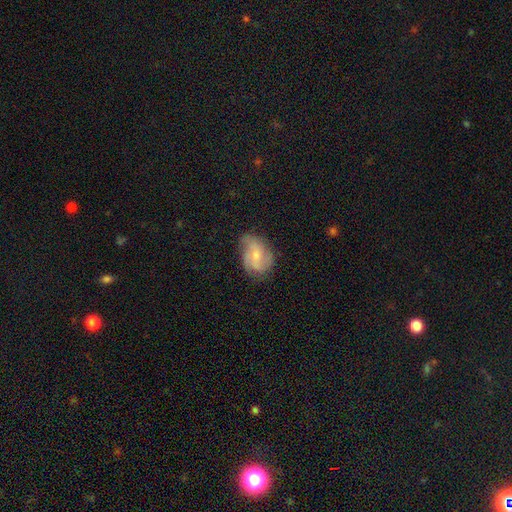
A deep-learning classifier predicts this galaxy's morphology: Smooth or featured: featured or disk — 63% (smooth — 30%)
Edge-on disk: no — 97% (yes — 3%)
Bar: no — 54% (weak — 39%)
Spiral arms: yes — 89% (no — 11%)
Spiral winding: medium — 47% (loose — 29%)
Spiral arm count: 2 — 36% (3 — 34%)
Bulge size: small — 56% (moderate — 35%)
Merging: none — 60% (minor disturbance — 28%)